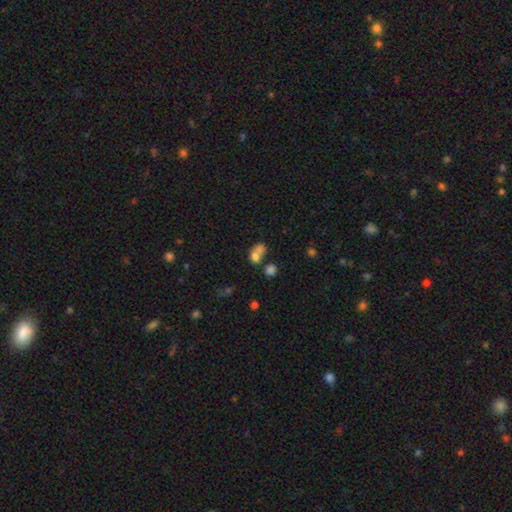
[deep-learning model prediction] Smooth or featured? Predicted: smooth (p=0.71). How rounded? Predicted: in between (p=0.50). Merging? Predicted: merger (p=0.59).